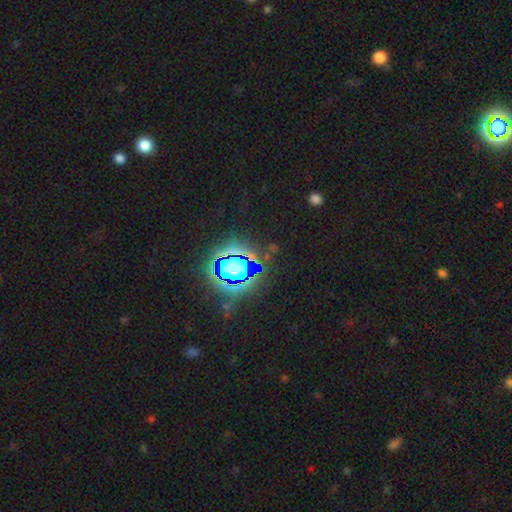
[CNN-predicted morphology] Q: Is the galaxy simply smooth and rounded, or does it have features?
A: star or artifact — 83%.